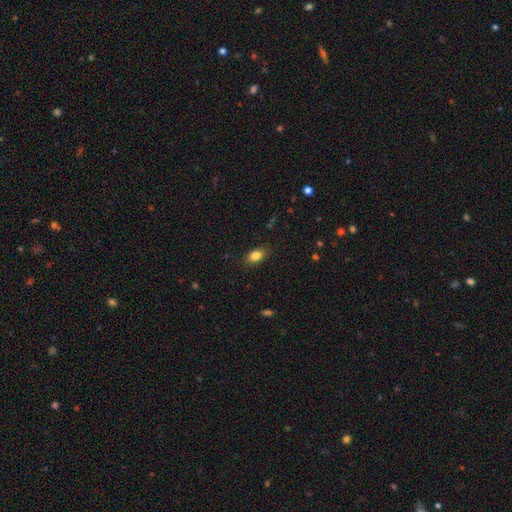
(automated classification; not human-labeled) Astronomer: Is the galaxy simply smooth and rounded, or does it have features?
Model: smooth — 84%.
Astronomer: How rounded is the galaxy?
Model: in between — 85%.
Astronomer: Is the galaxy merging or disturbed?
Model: none — 84%.